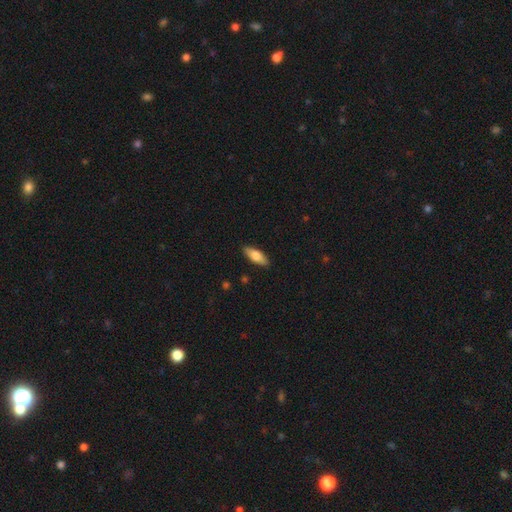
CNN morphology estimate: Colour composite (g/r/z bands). It shows a smooth galaxy with no disk features (71%) that is in between round and cigar-shaped (65%). Merging: none (89%).